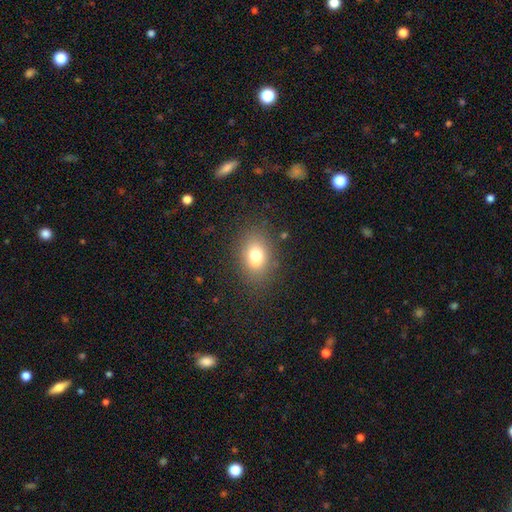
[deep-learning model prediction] Morphology: type=smooth (73%); roundness=in between (69%); merging=none (77%).